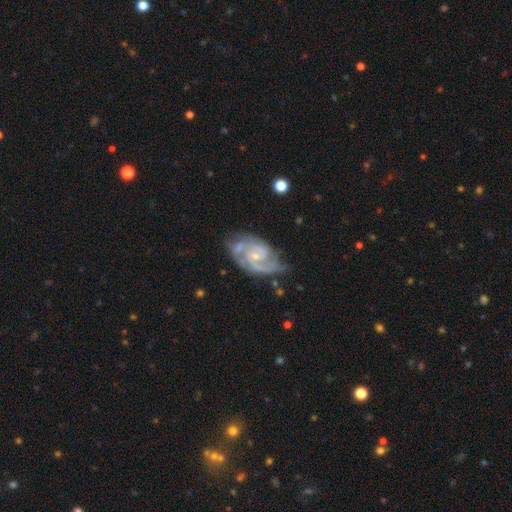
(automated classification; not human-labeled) Overall: featured or disk (89%). Edge-on disk: no (97%). Bar: no (55%; weak 37%). Spiral arms: yes (97%). Spiral arm count: 2 (68%). Spiral winding: medium (48%; tight 43%). Bulge size: small (70%). Merging: none (65%).